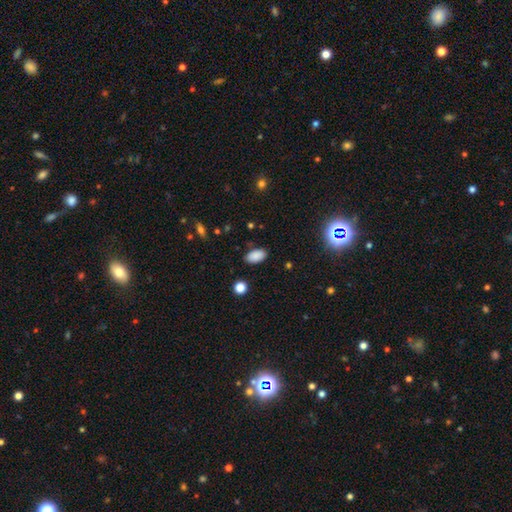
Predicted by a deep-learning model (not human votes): Smooth or featured: smooth — 87% (star or artifact — 9%)
How rounded: in between — 94% (round — 4%)
Merging: none — 86% (minor disturbance — 10%)